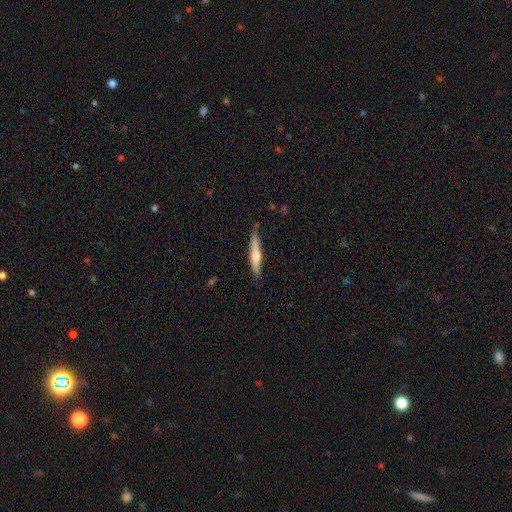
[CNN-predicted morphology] This appears to be a featured or disk galaxy (47%, tied with smooth). Merging: none (83%).